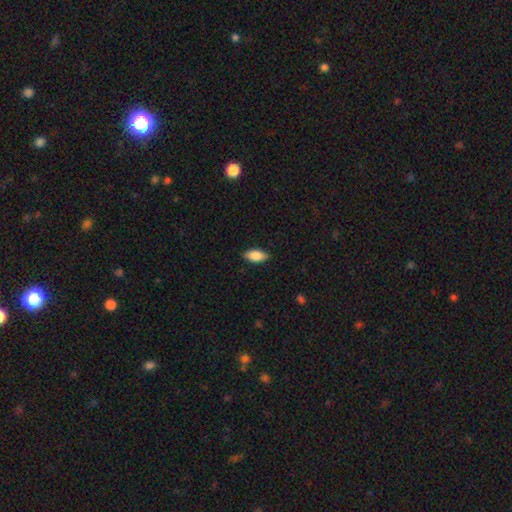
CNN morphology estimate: A smooth galaxy with no disk features (83%) that is in between round and cigar-shaped (89%).

Vote fractions:
- Smooth or featured? smooth: 83% / featured or disk: 10% / star or artifact: 7%
- How rounded? in between: 89% / cigar-shaped: 8% / round: 3%
- Merging? none: 86% / minor disturbance: 11% / major disturbance: 2% / merger: 1%